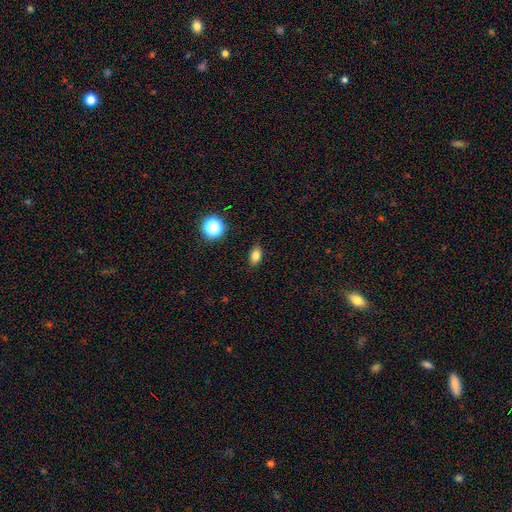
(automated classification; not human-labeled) This appears to be a smooth galaxy with no disk features (80%) that is in between round and cigar-shaped (83%). Merging: none (87%).